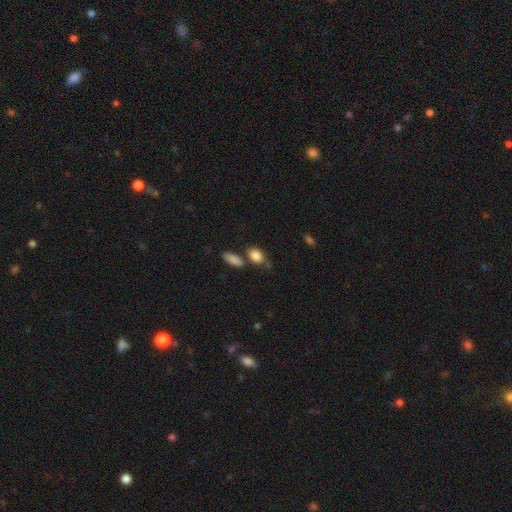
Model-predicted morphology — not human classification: Q: Smooth or featured?
A: smooth (86%); runner-up: star or artifact (8%)
Q: How rounded?
A: in between (75%); runner-up: round (21%)
Q: Merging?
A: none (58%); runner-up: merger (20%)